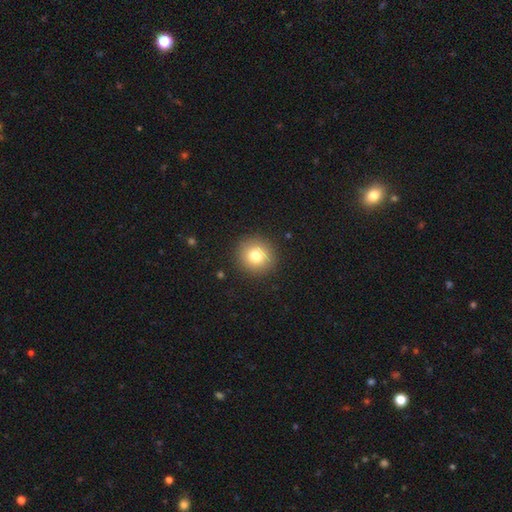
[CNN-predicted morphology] smooth-or-featured: smooth: 79% | star or artifact: 11% | featured or disk: 10%
  how-rounded: round: 93% | in between: 6% | cigar-shaped: 1%
  merging: none: 91% | minor disturbance: 6% | major disturbance: 2% | merger: 1%